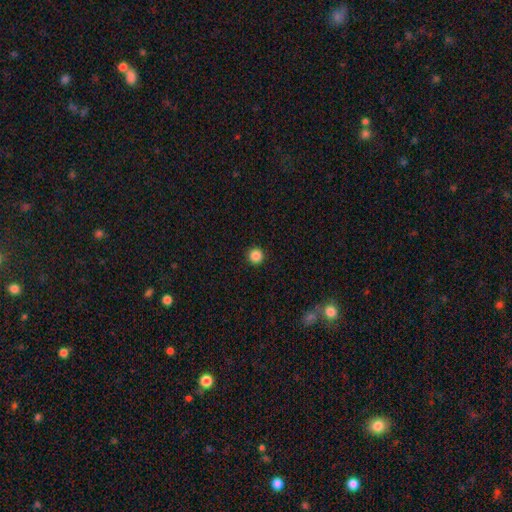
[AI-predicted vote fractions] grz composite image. It shows a smooth galaxy with no disk features (86%) that is round (96%). Merging: none (93%).